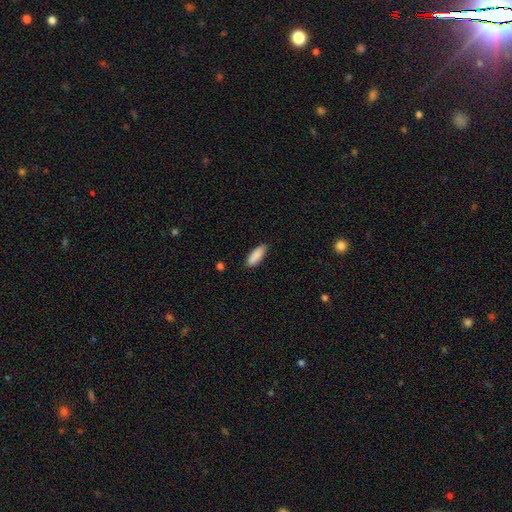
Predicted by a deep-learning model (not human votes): This appears to be a smooth galaxy with no disk features (90%) that is in between round and cigar-shaped (69%). Merging: none (84%).